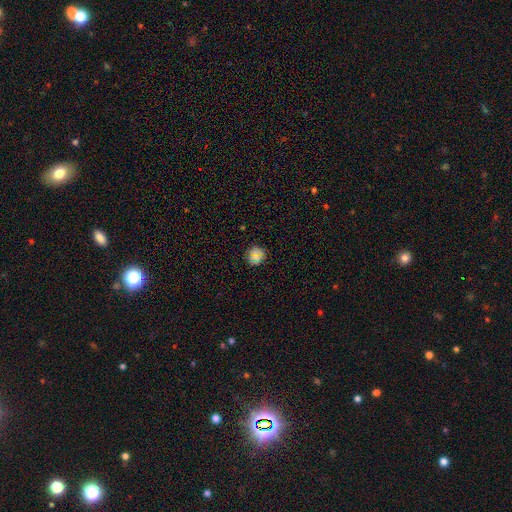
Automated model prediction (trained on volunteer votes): Overall: smooth (66%; star or artifact 26%). How rounded: round (88%). Merging: none (87%).